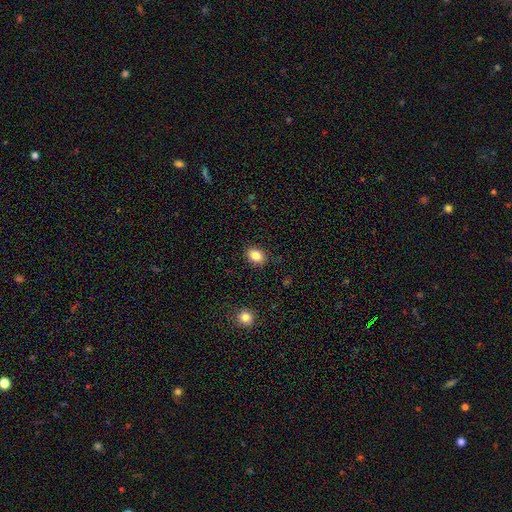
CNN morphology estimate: smooth 85%, star or artifact 9%, featured or disk 6%. Down the decision tree: how rounded — in between (70%); merging — none (86%).